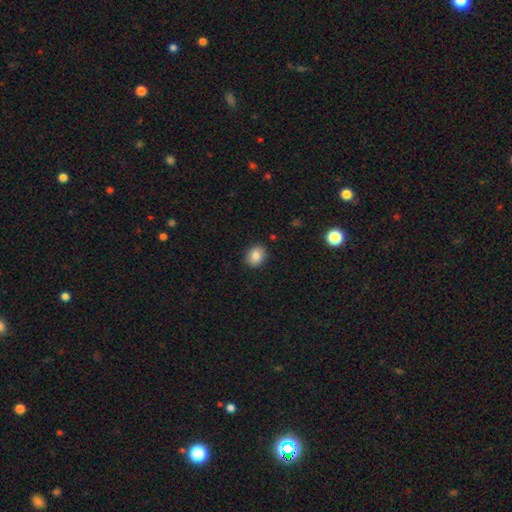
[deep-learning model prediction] Overall: smooth (83%). How rounded: round (56%; in between 43%). Merging: none (90%).